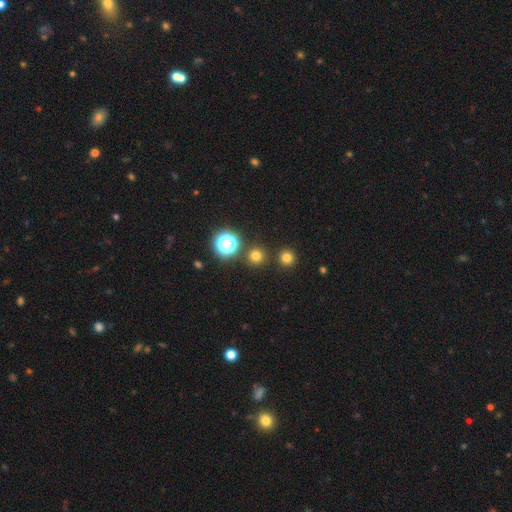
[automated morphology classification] Smooth or featured: smooth — 71% (star or artifact — 23%)
How rounded: round — 95% (in between — 4%)
Merging: none — 87% (minor disturbance — 5%)